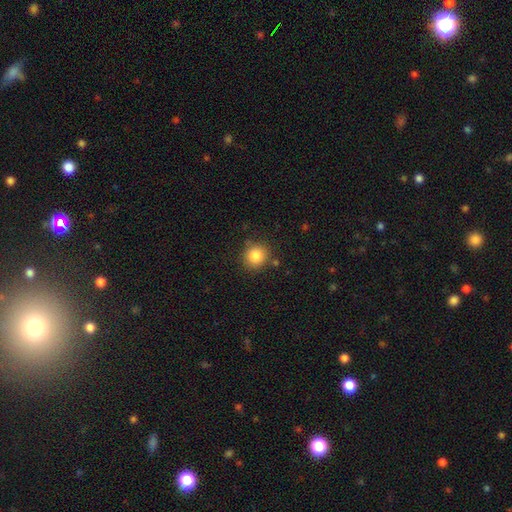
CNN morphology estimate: Smooth or featured? smooth (85%)
How rounded? round (90%)
Merging? none (83%)